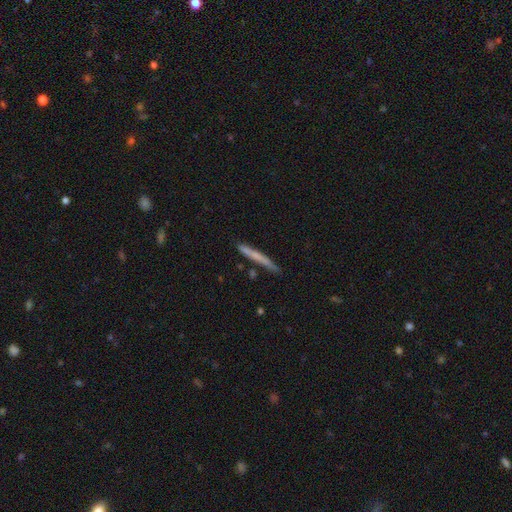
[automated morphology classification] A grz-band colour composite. It shows a smooth galaxy with no disk features (55%) that is cigar-shaped (96%). Merging: none (82%).